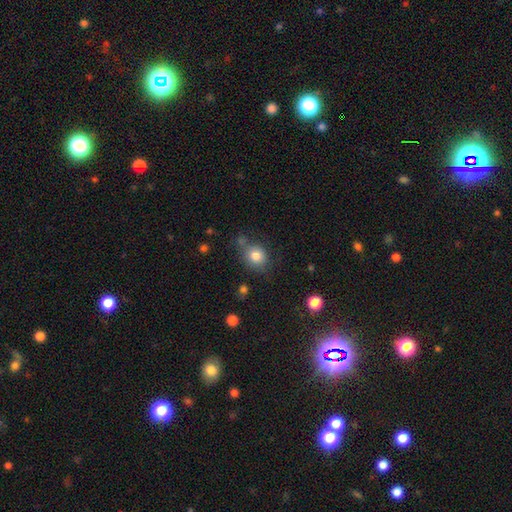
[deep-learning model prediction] Smooth or featured? smooth (83%)
How rounded? round (72%)
Merging? none (67%)